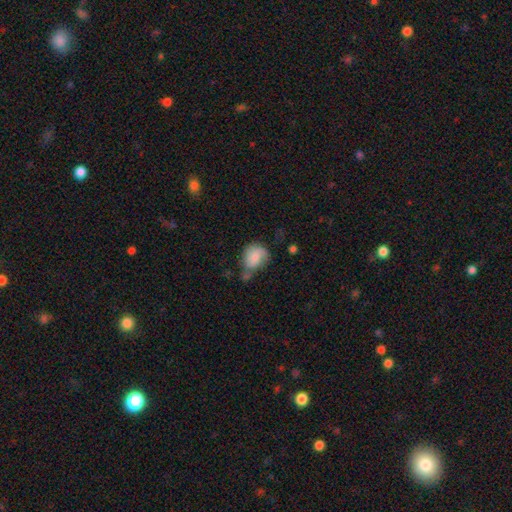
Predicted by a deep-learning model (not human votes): A smooth galaxy with no disk features (66%) that is round (50%). Merging: none (38%).